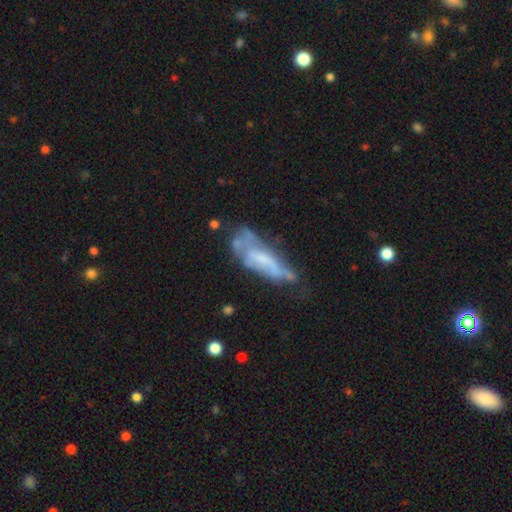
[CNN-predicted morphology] The model was most divided on "merging": none: 33%, minor disturbance: 28%, major disturbance: 26%, merger: 12%. More confident: edge-on disk — no (77%); smooth or featured — featured or disk (57%).